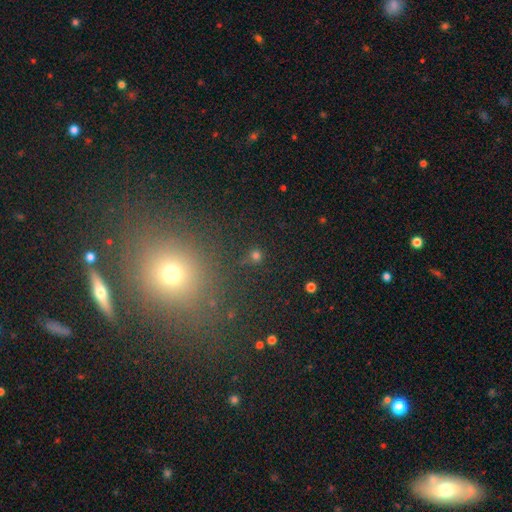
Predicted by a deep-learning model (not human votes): Smooth or featured? smooth (69%)
How rounded? round (92%)
Merging? none (78%)